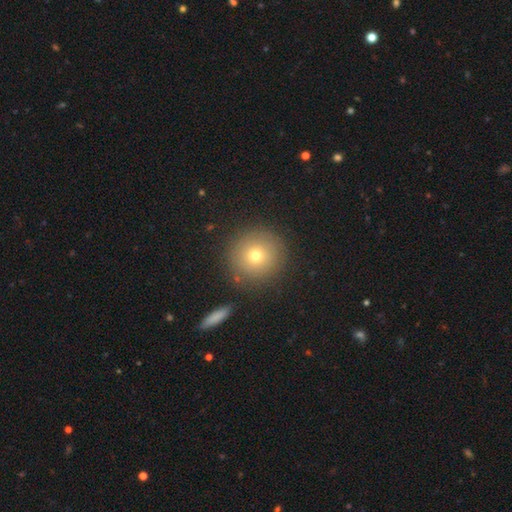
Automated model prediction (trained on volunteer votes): Q: Smooth or featured?
A: smooth (71%); runner-up: featured or disk (16%)
Q: How rounded?
A: round (95%); runner-up: in between (4%)
Q: Merging?
A: none (86%); runner-up: minor disturbance (8%)